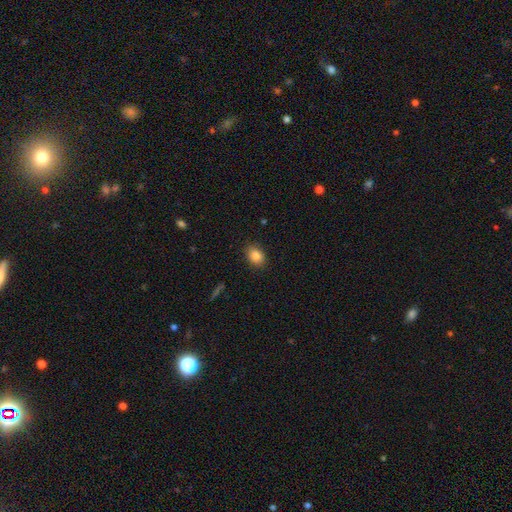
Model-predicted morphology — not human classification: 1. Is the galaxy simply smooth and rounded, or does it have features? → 85% smooth, 9% star or artifact, 6% featured or disk.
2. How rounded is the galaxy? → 71% in between, 27% round, 1% cigar-shaped.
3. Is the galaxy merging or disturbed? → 87% none, 9% minor disturbance, 2% major disturbance, 1% merger.